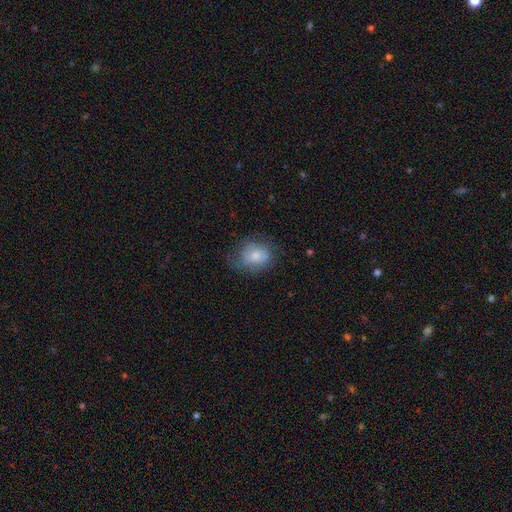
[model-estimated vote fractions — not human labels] Smooth or featured: smooth — 72% (featured or disk — 20%)
How rounded: round — 53% (in between — 46%)
Merging: none — 59% (minor disturbance — 27%)